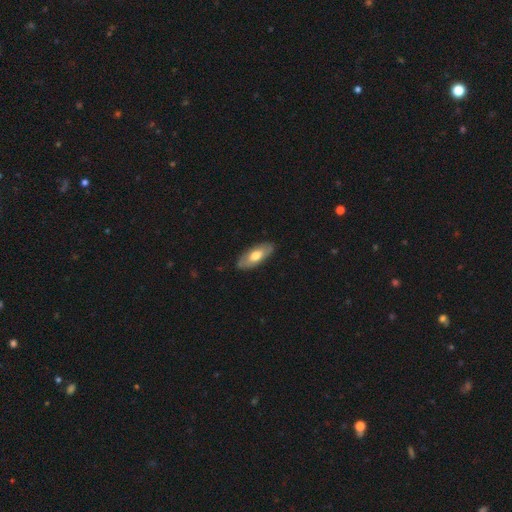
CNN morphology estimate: A smooth galaxy with no disk features (59%) that is in between round and cigar-shaped (83%). Merging: none (84%).